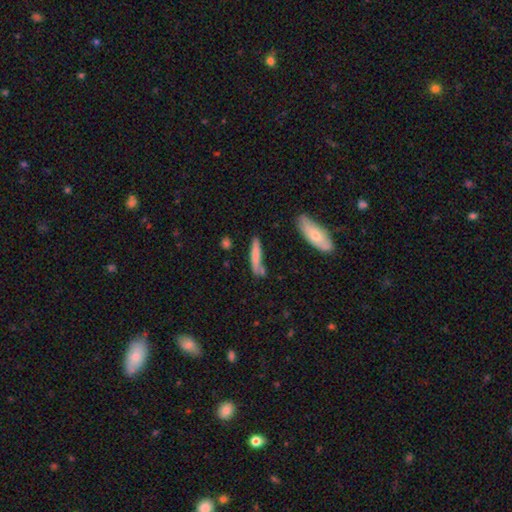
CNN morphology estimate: smooth-or-featured: smooth: 72% | featured or disk: 22% | star or artifact: 7%
  how-rounded: cigar-shaped: 87% | in between: 11% | round: 2%
  merging: none: 68% | minor disturbance: 18% | merger: 10% | major disturbance: 5%